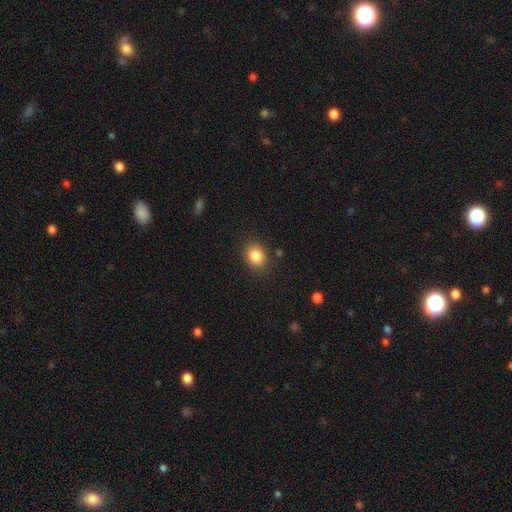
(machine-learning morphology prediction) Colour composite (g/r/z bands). It shows a smooth galaxy with no disk features (85%) that is in between round and cigar-shaped (56%). Merging: none (85%).